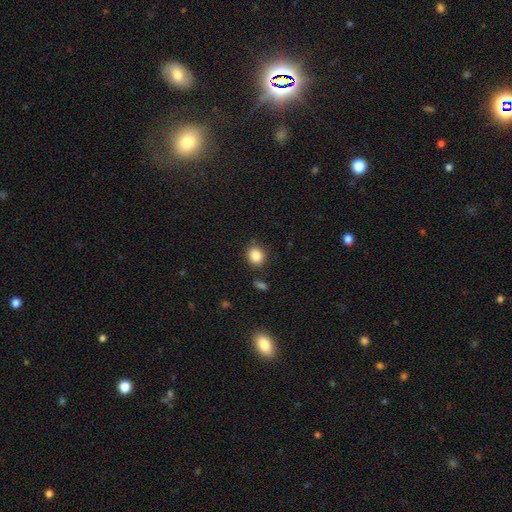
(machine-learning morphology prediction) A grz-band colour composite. It shows a smooth galaxy with no disk features (85%) that is round (75%). Merging: none (85%).